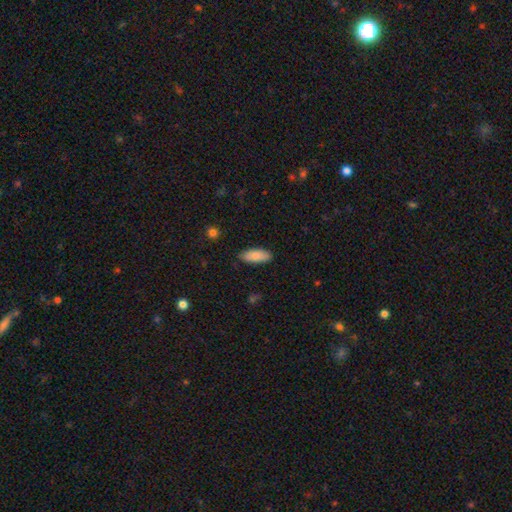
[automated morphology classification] Overall: smooth (83%). How rounded: in between (80%). Merging: none (84%).